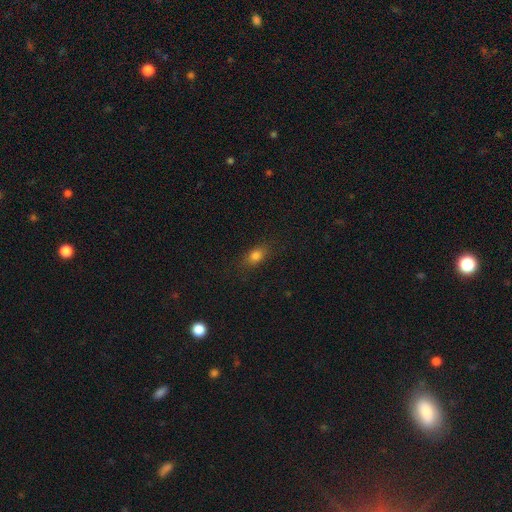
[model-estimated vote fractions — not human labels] smooth 79%, star or artifact 12%, featured or disk 9%. Down the decision tree: how rounded — in between (74%); merging — none (82%).